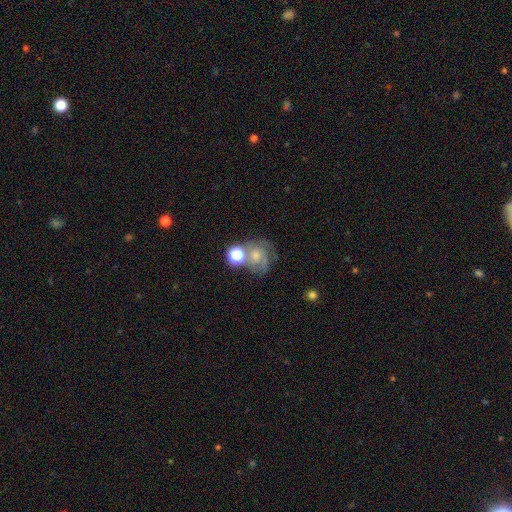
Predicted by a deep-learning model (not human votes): This is possibly a featured or disk galaxy (50%). Merging: marginally none (44%).